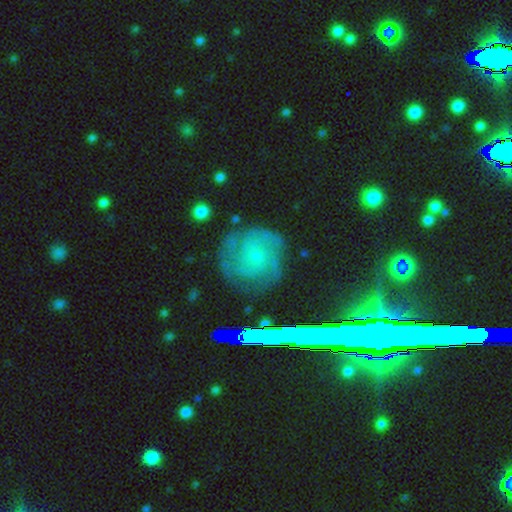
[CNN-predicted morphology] Smooth or featured?
  - featured or disk: 70% *
  - smooth: 17%
  - star or artifact: 13%
Edge-on disk?
  - no: 96% *
  - yes: 4%
Bar?
  - no: 75% *
  - weak: 20%
  - strong: 5%
Spiral arms?
  - yes: 94% *
  - no: 6%
Spiral winding?
  - tight: 58% *
  - medium: 33%
  - loose: 10%
Spiral arm count?
  - can't tell: 28% *
  - 3: 24%
  - 2: 23%
  - 4: 12%
  - more than 4: 7%
  - 1: 7%
Bulge size?
  - small: 76% *
  - moderate: 16%
  - none: 6%
  - large: 2%
  - dominant: 1%
Merging?
  - none: 75% *
  - minor disturbance: 16%
  - major disturbance: 7%
  - merger: 2%